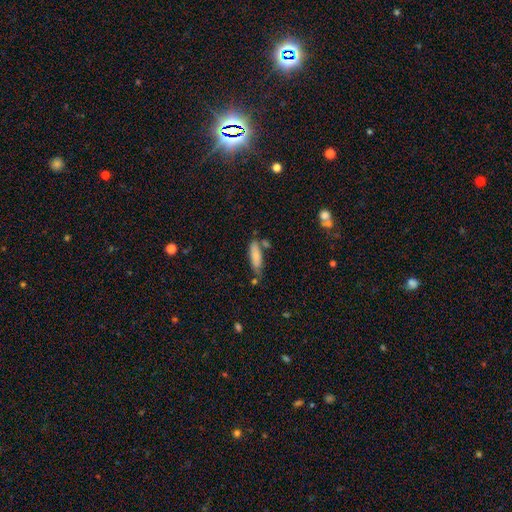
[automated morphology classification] This appears to be a smooth galaxy with no disk features (79%) that is cigar-shaped (57%). Merging: none (63%).